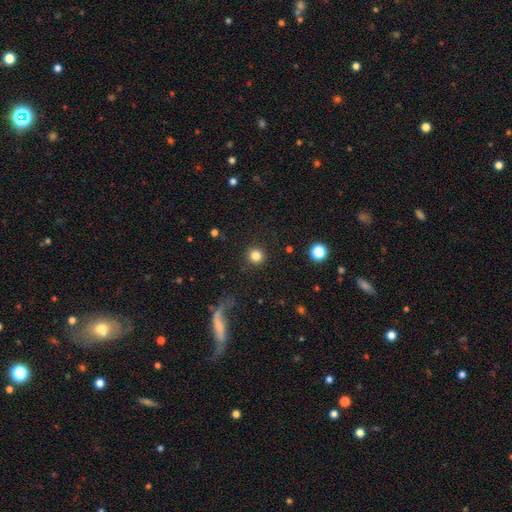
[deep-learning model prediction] This is clearly a smooth galaxy (83%). How rounded: clearly round (95%). Merging: clearly none (91%).